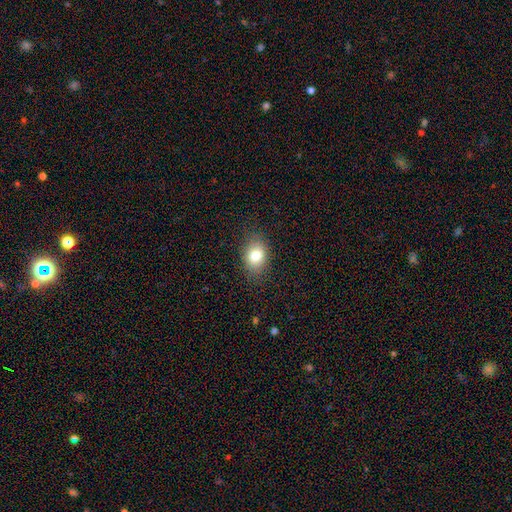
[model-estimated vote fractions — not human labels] A smooth galaxy with no disk features (81%) that is in between round and cigar-shaped (76%). Merging: none (84%).